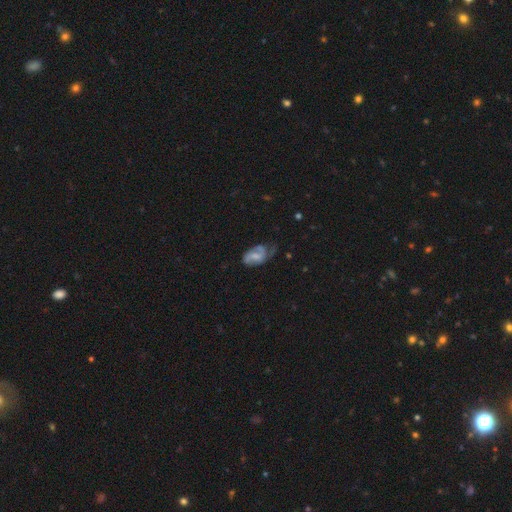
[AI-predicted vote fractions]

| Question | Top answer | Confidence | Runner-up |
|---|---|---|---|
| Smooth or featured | featured or disk | 59% | smooth (33%) |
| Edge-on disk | no | 96% | yes (4%) |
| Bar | no | 49% | weak (42%) |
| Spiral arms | yes | 82% | no (18%) |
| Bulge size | small | 39% | moderate (35%) |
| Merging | none | 42% | minor disturbance (32%) |